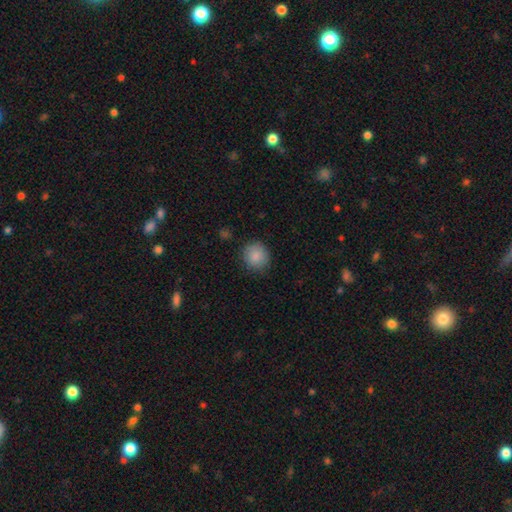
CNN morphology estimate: A smooth galaxy with no disk features (87%) that is round (88%). Merging: none (85%).